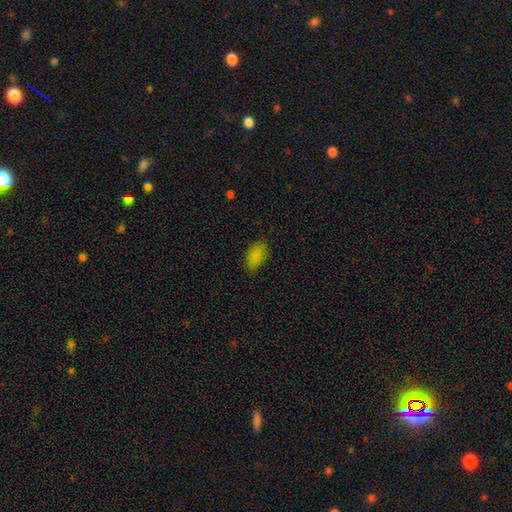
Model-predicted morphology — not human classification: The model was most divided on "merging": none: 74%, minor disturbance: 21%, major disturbance: 4%, merger: 1%. More confident: how rounded — in between (92%); smooth or featured — smooth (84%).